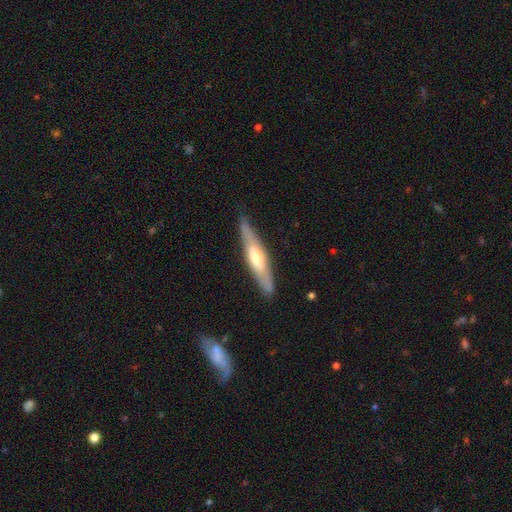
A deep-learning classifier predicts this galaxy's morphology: This is possibly a featured or disk galaxy (56%). It is clearly viewed edge-on (86%). Merging: clearly none (84%).